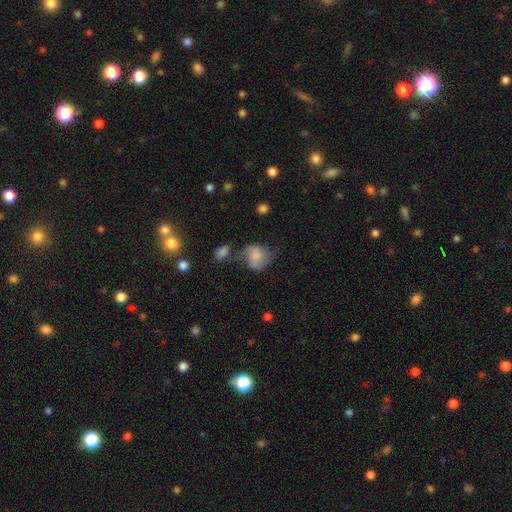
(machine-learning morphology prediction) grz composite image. It shows a featured or disk galaxy (49%). Merging: none (39%).